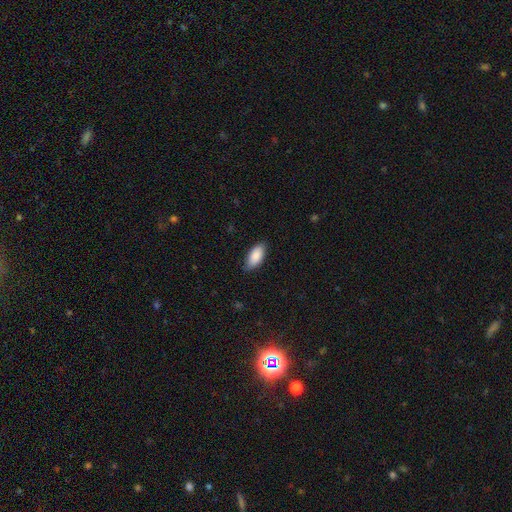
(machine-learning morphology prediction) A smooth galaxy with no disk features (88%) that is in between round and cigar-shaped (92%). Merging: none (81%).